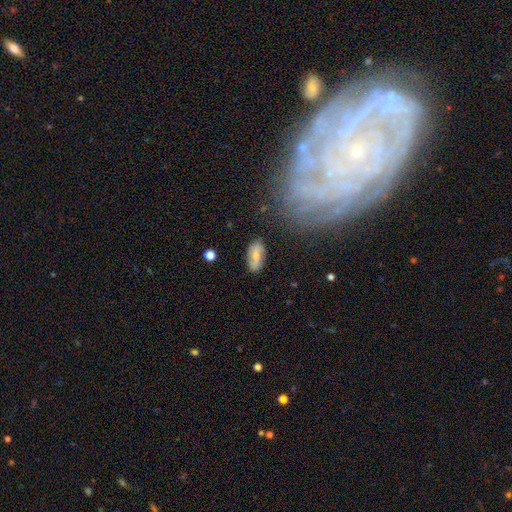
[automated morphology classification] This is possibly a smooth galaxy (53%). How rounded: clearly in between (86%). Merging: likely none (80%).